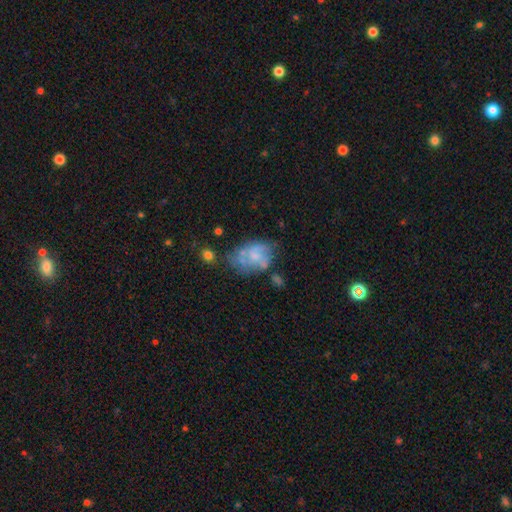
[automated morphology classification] Smooth or featured: featured or disk — 46% (smooth — 44%)
Merging: none — 30% (minor disturbance — 28%)